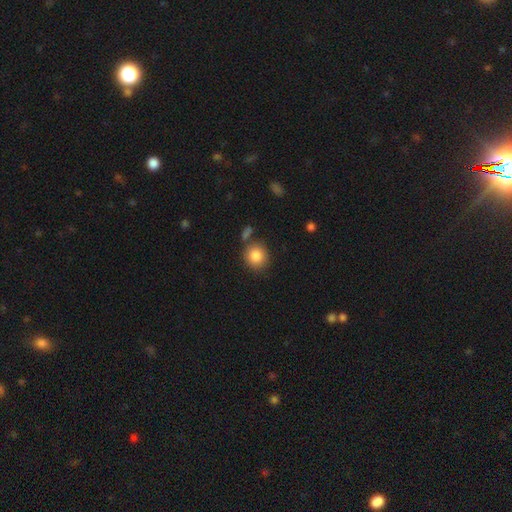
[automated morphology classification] smooth-or-featured: smooth: 85% | star or artifact: 9% | featured or disk: 6%
  how-rounded: round: 85% | in between: 14% | cigar-shaped: 1%
  merging: none: 76% | minor disturbance: 11% | merger: 9% | major disturbance: 4%